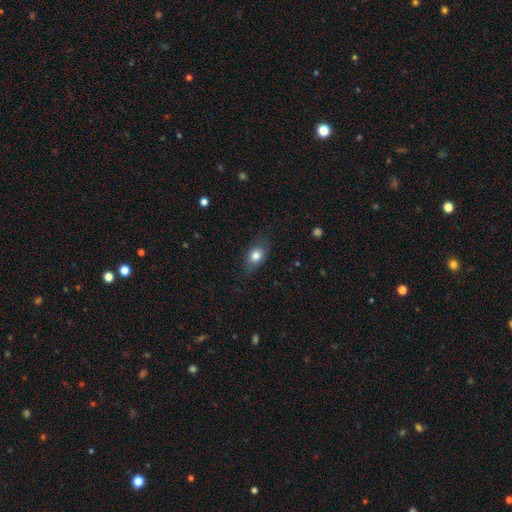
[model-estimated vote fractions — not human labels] Morphology: type=smooth (77%); roundness=in between (66%); merging=none (71%).